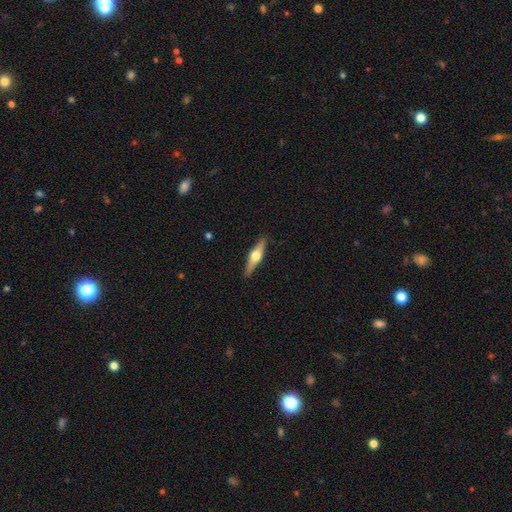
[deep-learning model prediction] Smooth or featured?
  - featured or disk: 67% *
  - smooth: 28%
  - star or artifact: 5%
Edge-on disk?
  - yes: 97% *
  - no: 3%
Edge-on bulge?
  - rounded: 95% *
  - boxy: 3%
  - none: 2%
Merging?
  - none: 90% *
  - minor disturbance: 7%
  - major disturbance: 2%
  - merger: 1%